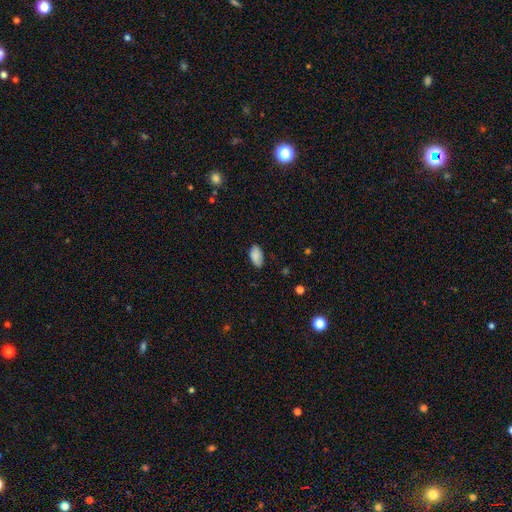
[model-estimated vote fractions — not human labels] A smooth galaxy with no disk features (88%) that is in between round and cigar-shaped (94%).

Vote fractions:
- Smooth or featured? smooth: 88% / star or artifact: 7% / featured or disk: 5%
- How rounded? in between: 94% / round: 3% / cigar-shaped: 2%
- Merging? none: 81% / minor disturbance: 15% / major disturbance: 3% / merger: 1%